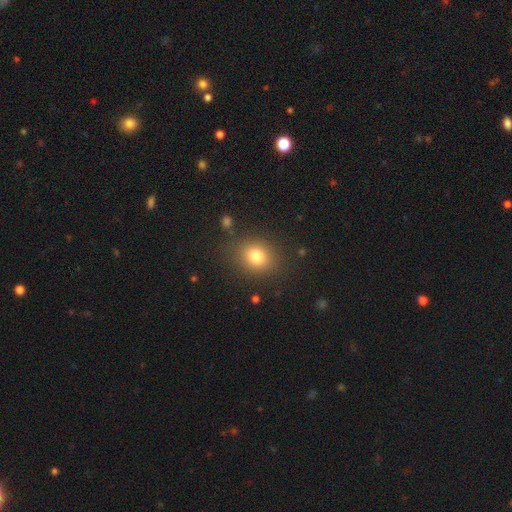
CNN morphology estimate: Q: Smooth or featured?
A: smooth (79%); runner-up: star or artifact (12%)
Q: How rounded?
A: round (64%); runner-up: in between (35%)
Q: Merging?
A: none (82%); runner-up: minor disturbance (11%)